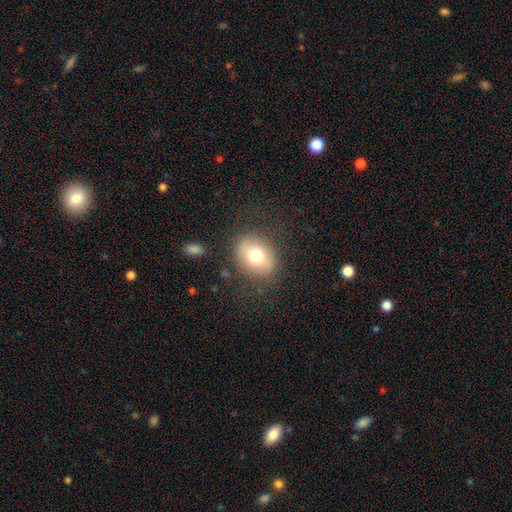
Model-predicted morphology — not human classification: Smooth or featured? Predicted: smooth (p=0.71). How rounded? Predicted: in between (p=0.53). Merging? Predicted: none (p=0.79).